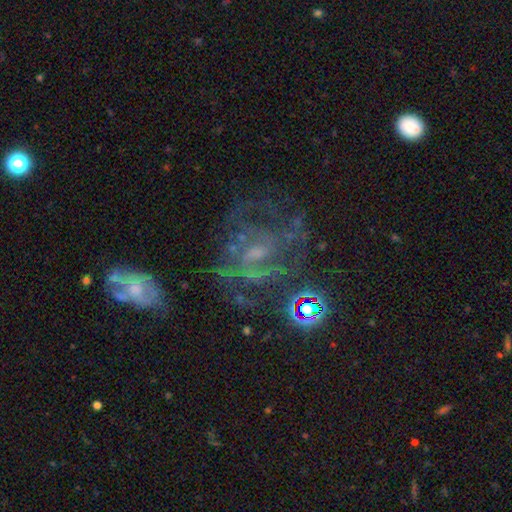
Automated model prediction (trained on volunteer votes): This is likely a featured or disk galaxy (69%). It is clearly not viewed edge-on (97%). Bar: possibly no (47%). Spiral arm pattern: likely yes (67%). Central bulge: possibly small (46%). Merging: possibly none (51%).